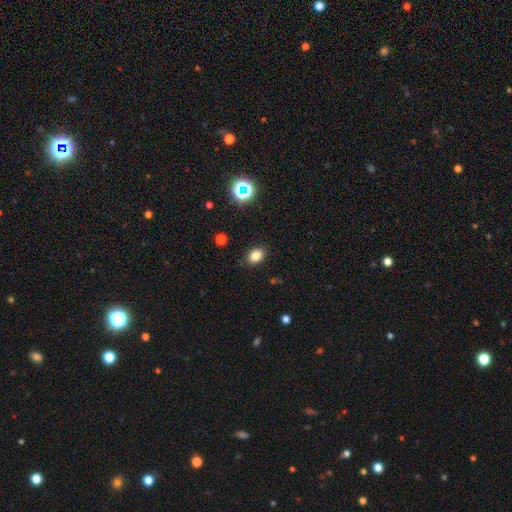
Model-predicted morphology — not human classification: type=smooth (81%); roundness=in between (69%); merging=none (87%).